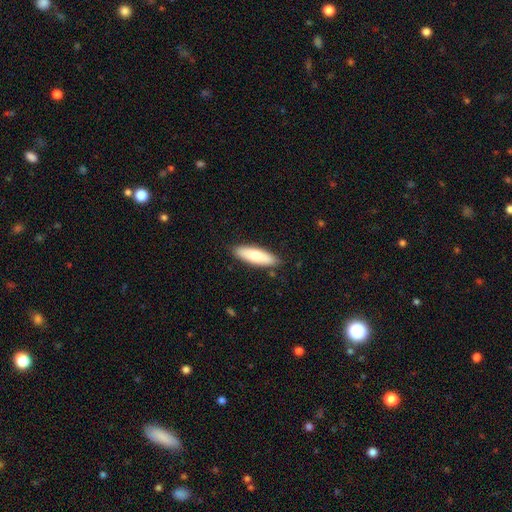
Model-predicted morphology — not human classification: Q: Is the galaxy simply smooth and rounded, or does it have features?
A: smooth — 78%.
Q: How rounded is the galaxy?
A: cigar-shaped — 55%.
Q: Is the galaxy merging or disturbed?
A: none — 87%.